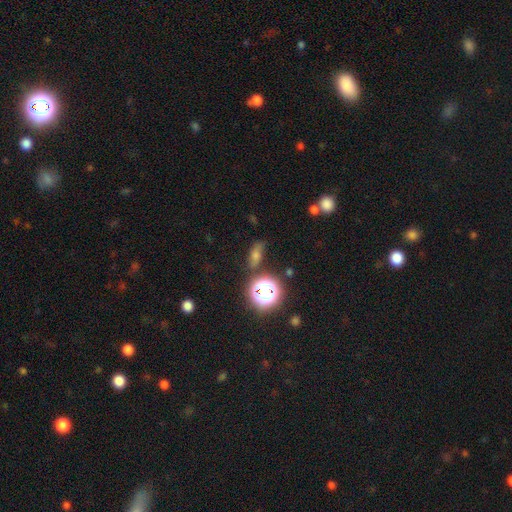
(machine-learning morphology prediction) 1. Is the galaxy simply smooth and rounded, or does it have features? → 53% smooth, 27% star or artifact, 20% featured or disk.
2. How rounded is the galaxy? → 57% in between, 25% round, 18% cigar-shaped.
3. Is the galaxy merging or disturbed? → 67% none, 20% minor disturbance, 8% major disturbance, 5% merger.